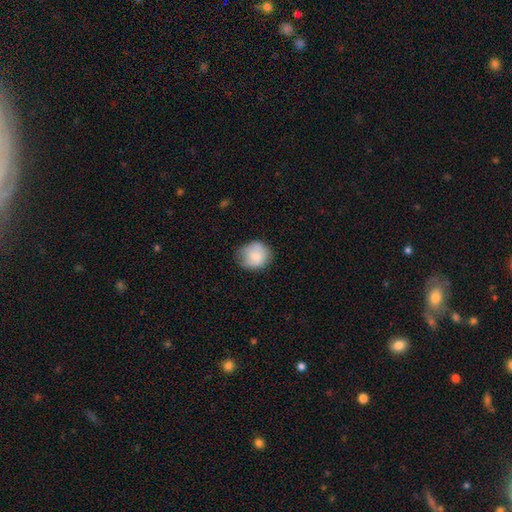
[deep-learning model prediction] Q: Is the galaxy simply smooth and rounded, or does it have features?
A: smooth — 75%.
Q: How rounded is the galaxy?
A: round — 77%.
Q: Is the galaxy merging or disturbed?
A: none — 66%.